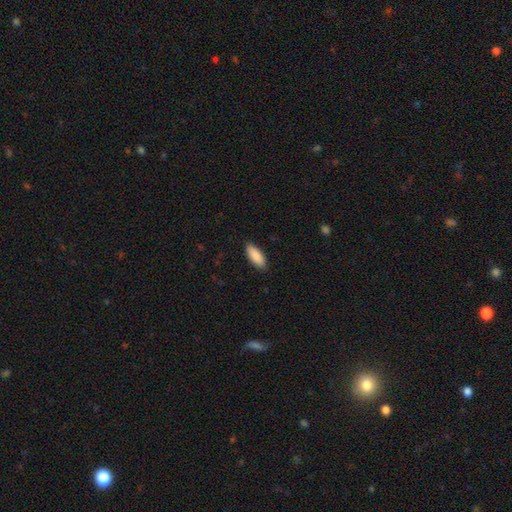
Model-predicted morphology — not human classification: smooth-or-featured: smooth: 89% | featured or disk: 6% | star or artifact: 6%
  how-rounded: in between: 78% | cigar-shaped: 20% | round: 2%
  merging: none: 88% | minor disturbance: 9% | major disturbance: 2% | merger: 1%